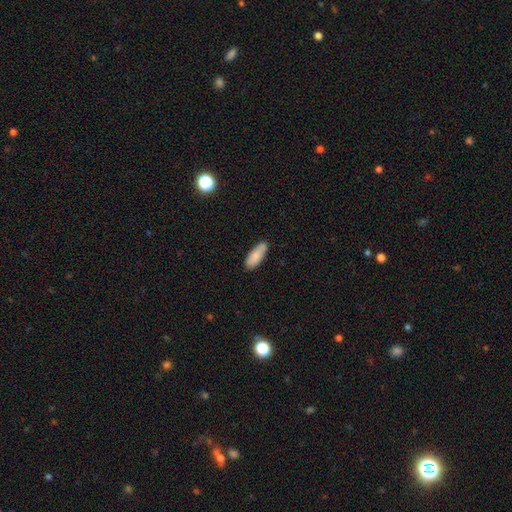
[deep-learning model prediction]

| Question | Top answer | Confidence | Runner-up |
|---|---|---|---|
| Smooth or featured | smooth | 83% | featured or disk (10%) |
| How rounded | in between | 72% | cigar-shaped (26%) |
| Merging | none | 79% | minor disturbance (16%) |